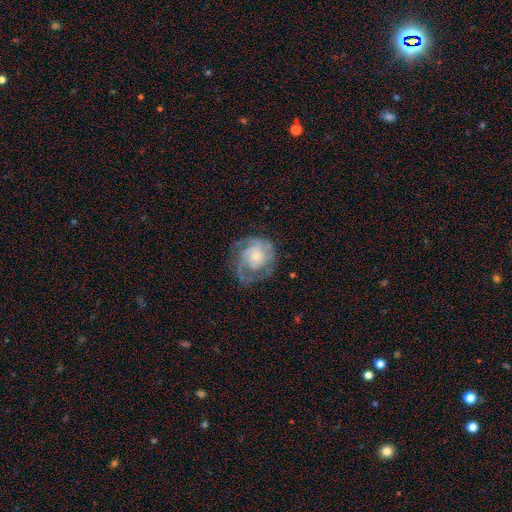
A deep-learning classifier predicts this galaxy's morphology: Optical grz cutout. It shows a featured or disk galaxy (77%) with no bar (77%), can't tell (30%, tied with 2) tight (55%) spiral arms (90%) and a small central bulge (53%). Merging: none (63%).